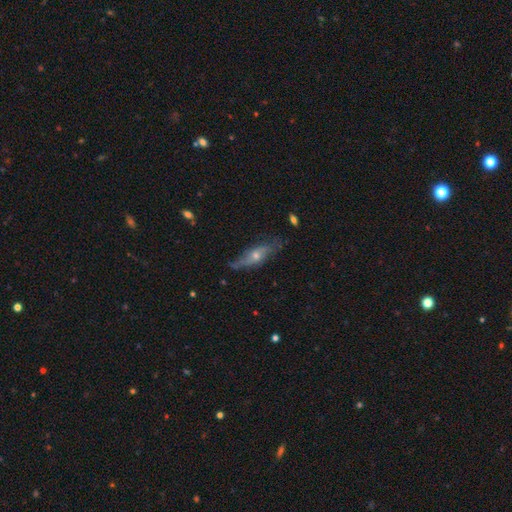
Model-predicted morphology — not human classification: type=featured or disk (64%); edge-on=yes (62%); merging=none (69%).